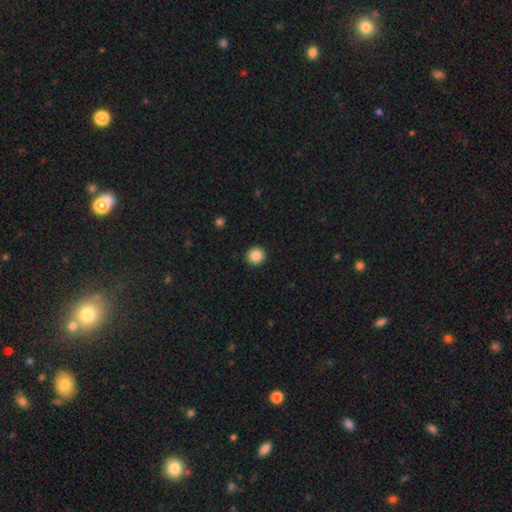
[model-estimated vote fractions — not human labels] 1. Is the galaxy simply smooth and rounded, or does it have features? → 86% smooth, 9% star or artifact, 4% featured or disk.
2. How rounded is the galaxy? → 93% round, 6% in between, 1% cigar-shaped.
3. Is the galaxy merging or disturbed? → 93% none, 4% minor disturbance, 2% major disturbance, 1% merger.